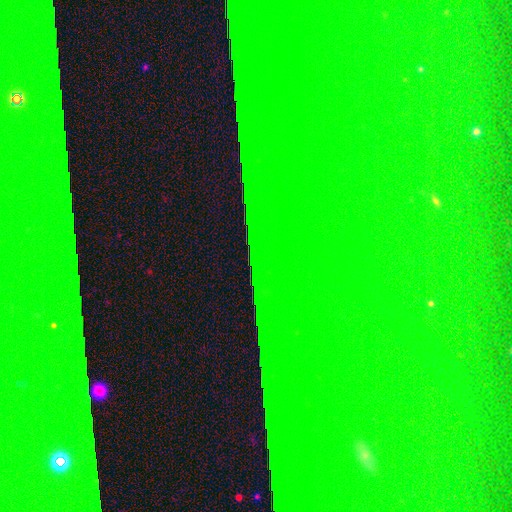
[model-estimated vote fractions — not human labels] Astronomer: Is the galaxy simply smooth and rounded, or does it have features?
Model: star or artifact — 86%.